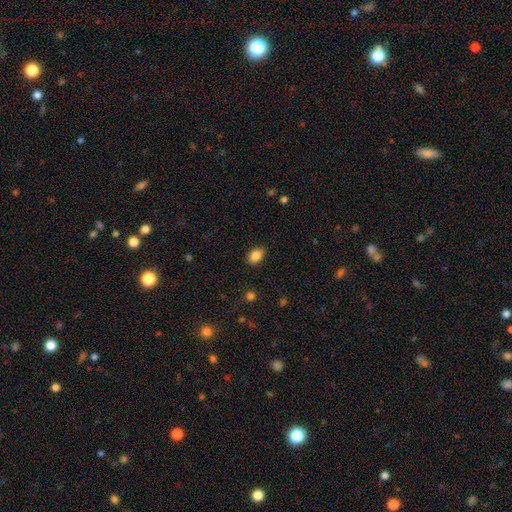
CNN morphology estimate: type=smooth (86%); roundness=in between (82%); merging=none (87%).